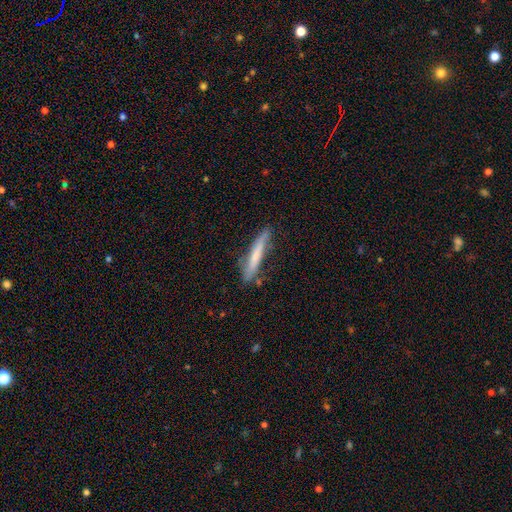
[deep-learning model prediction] smooth 60%, featured or disk 34%, star or artifact 6%. Down the decision tree: how rounded — cigar-shaped (93%); merging — none (71%).